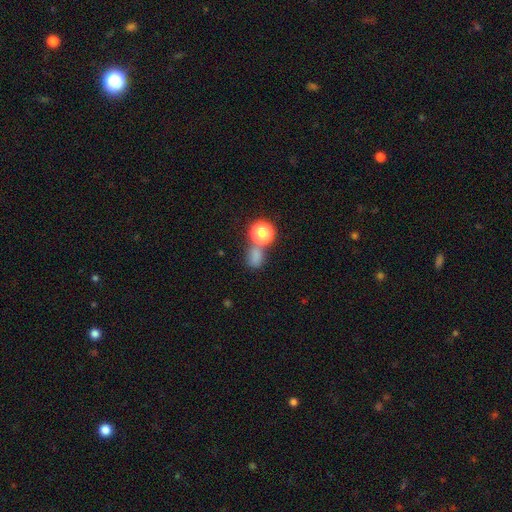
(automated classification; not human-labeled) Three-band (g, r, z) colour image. It shows a smooth galaxy with no disk features (70%) that is round (53%). Merging: none (48%).